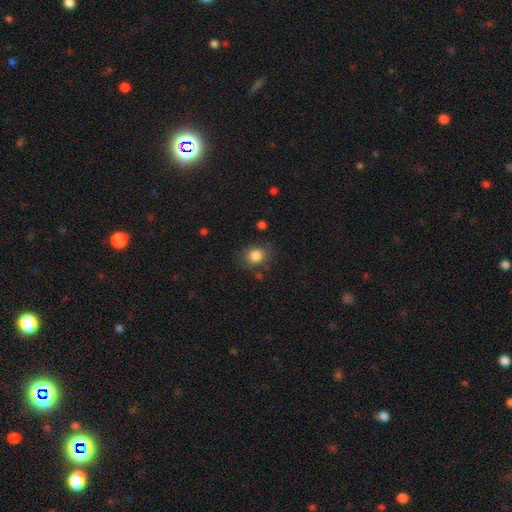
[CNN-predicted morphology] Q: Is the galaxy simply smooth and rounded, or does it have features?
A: smooth — 84%.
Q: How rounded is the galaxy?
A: round — 73%.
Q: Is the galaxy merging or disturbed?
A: none — 76%.